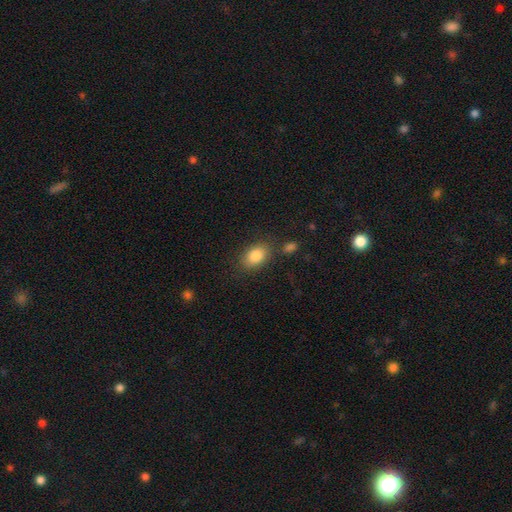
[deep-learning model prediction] Overall: smooth (86%). How rounded: in between (85%). Merging: none (77%).